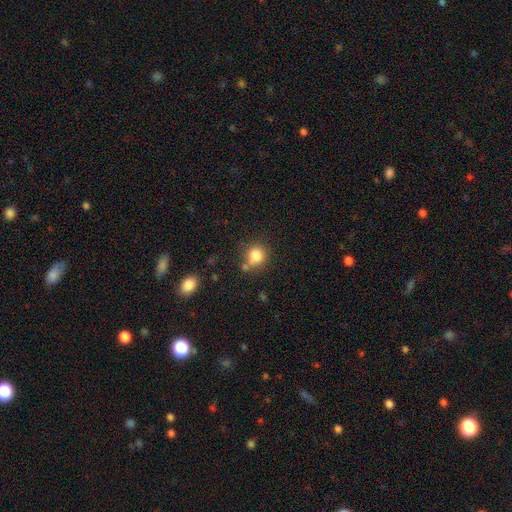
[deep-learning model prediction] A smooth galaxy with no disk features (82%) that is round (84%).

Vote fractions:
- Smooth or featured? smooth: 82% / star or artifact: 11% / featured or disk: 7%
- How rounded? round: 84% / in between: 15% / cigar-shaped: 1%
- Merging? none: 65% / merger: 16% / minor disturbance: 15% / major disturbance: 5%